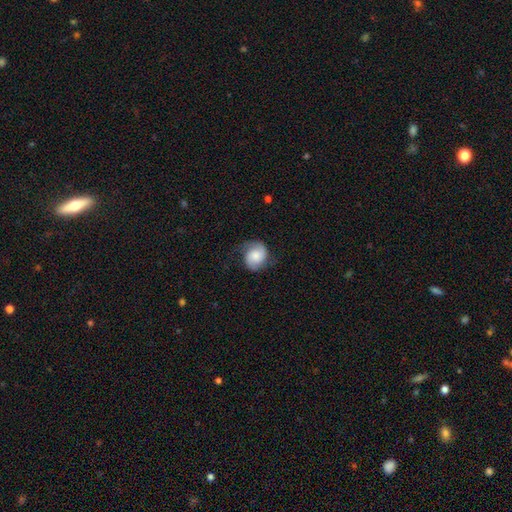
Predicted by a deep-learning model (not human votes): This appears to be a featured or disk galaxy (53%) with no bar (68%), spiral arms (92%) and a moderate central bulge (40%). Merging: none (62%).